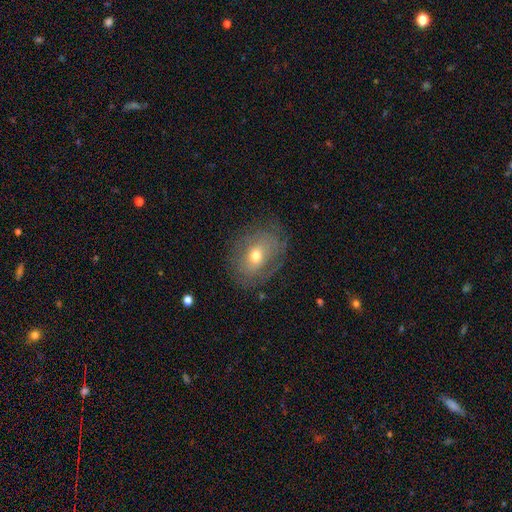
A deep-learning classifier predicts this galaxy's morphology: Smooth or featured?
  - smooth: 49% *
  - featured or disk: 41%
  - star or artifact: 10%
Merging?
  - none: 70% *
  - minor disturbance: 19%
  - major disturbance: 9%
  - merger: 1%